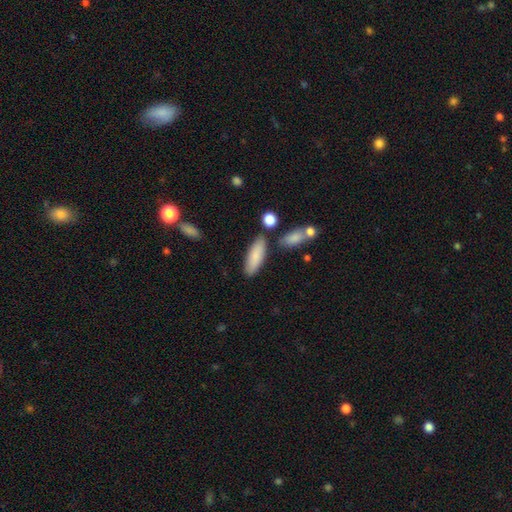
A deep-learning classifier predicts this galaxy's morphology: This is clearly a smooth galaxy (84%). How rounded: likely in between (64%). Merging: likely none (76%).